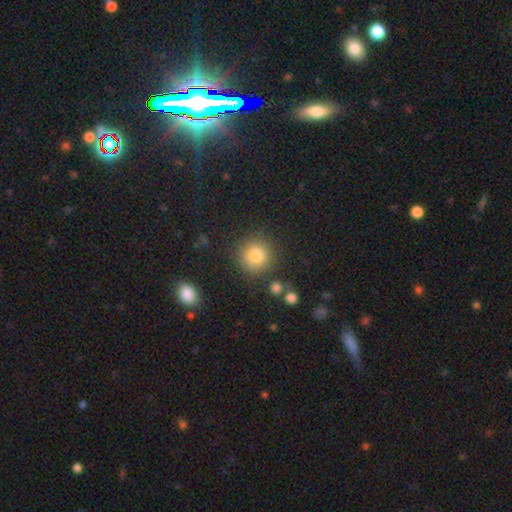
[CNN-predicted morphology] smooth 81%, star or artifact 11%, featured or disk 8%. Down the decision tree: how rounded — round (92%); merging — none (85%).